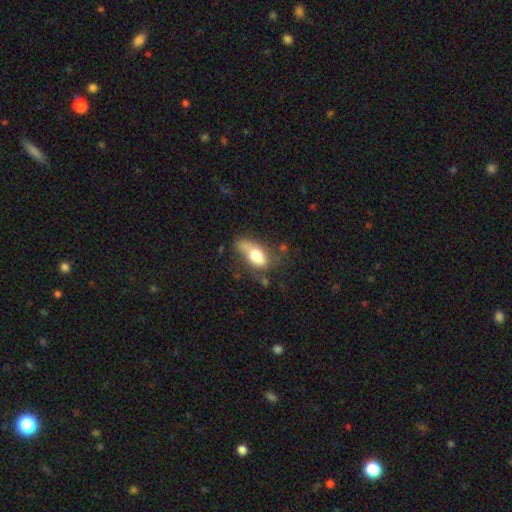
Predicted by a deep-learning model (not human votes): This is likely a smooth galaxy (68%). How rounded: clearly in between (82%). Merging: marginally none (34%).